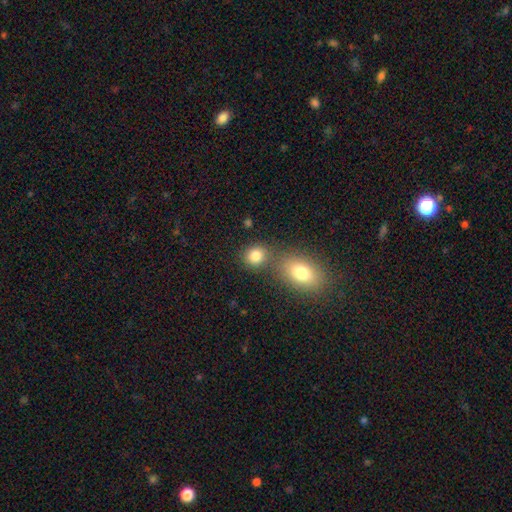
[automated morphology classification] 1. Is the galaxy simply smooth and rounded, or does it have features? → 82% smooth, 11% star or artifact, 7% featured or disk.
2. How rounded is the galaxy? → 69% round, 30% in between, 1% cigar-shaped.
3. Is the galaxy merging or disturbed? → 61% none, 26% merger, 9% minor disturbance, 4% major disturbance.